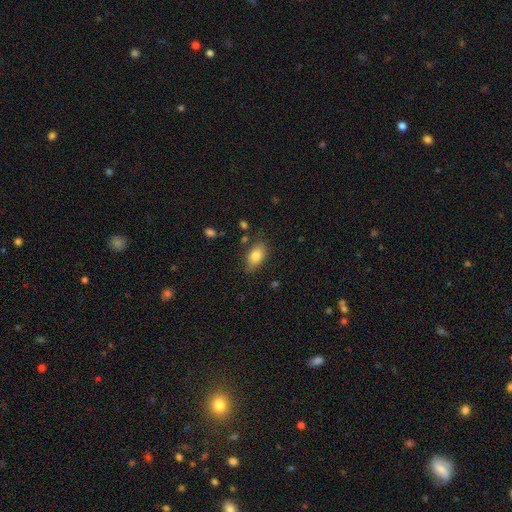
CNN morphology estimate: This is clearly a smooth galaxy (82%). How rounded: clearly in between (87%). Merging: likely none (75%).